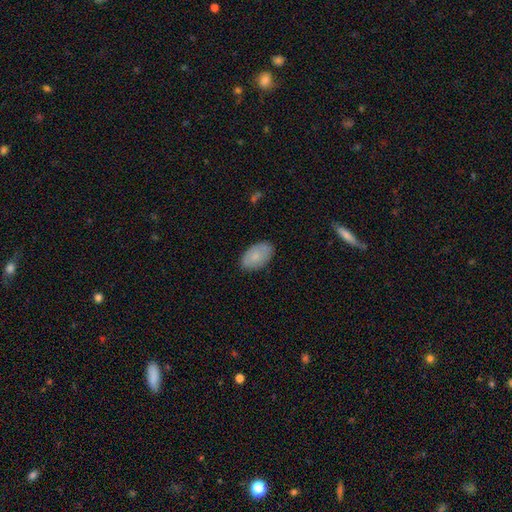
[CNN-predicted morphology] Smooth or featured? smooth (78%)
How rounded? in between (93%)
Merging? none (82%)